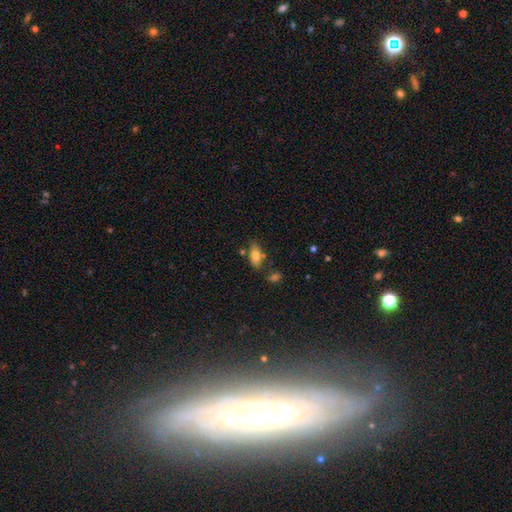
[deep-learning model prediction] This appears to be a smooth galaxy with no disk features (78%) that is in between round and cigar-shaped (86%). Merging: none (68%).